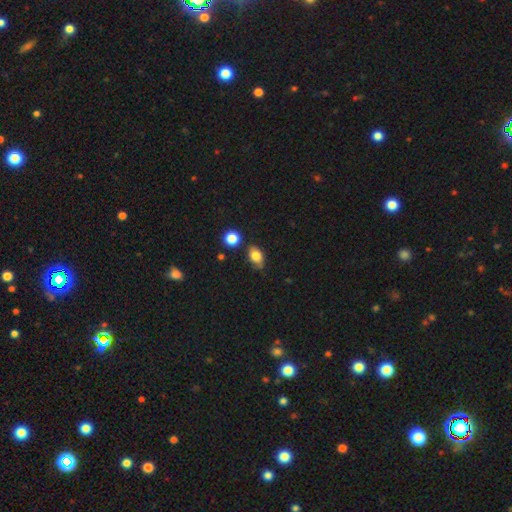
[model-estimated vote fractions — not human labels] Morphology: type=smooth (79%); roundness=in between (81%); merging=none (68%).